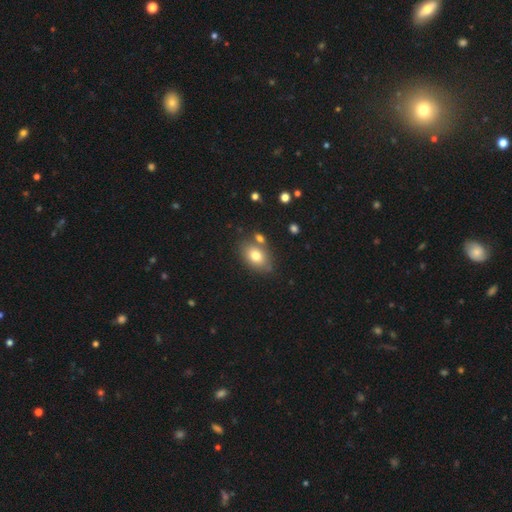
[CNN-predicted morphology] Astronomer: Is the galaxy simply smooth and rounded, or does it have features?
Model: smooth — 77%.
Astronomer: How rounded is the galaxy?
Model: in between — 80%.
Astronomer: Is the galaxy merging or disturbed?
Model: none — 69%.